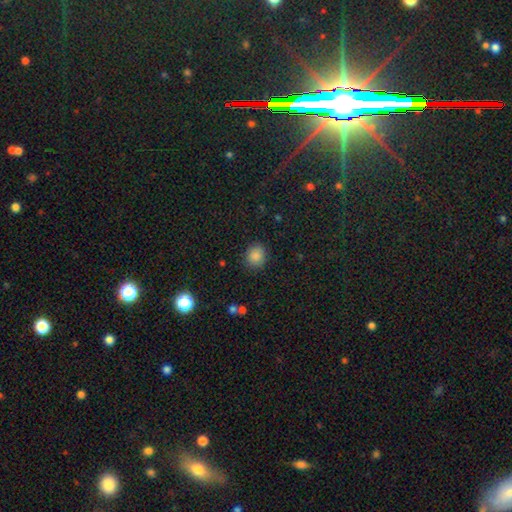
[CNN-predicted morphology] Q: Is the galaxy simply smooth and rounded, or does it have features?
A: smooth — 85%.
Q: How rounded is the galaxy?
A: round — 74%.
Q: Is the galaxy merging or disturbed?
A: none — 87%.